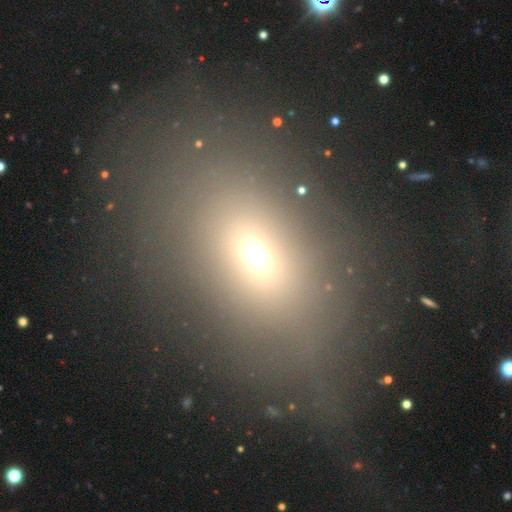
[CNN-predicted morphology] The model was most divided on "how rounded": in between: 67%, round: 30%, cigar-shaped: 3%. More confident: merging — none (65%); smooth or featured — smooth (62%).